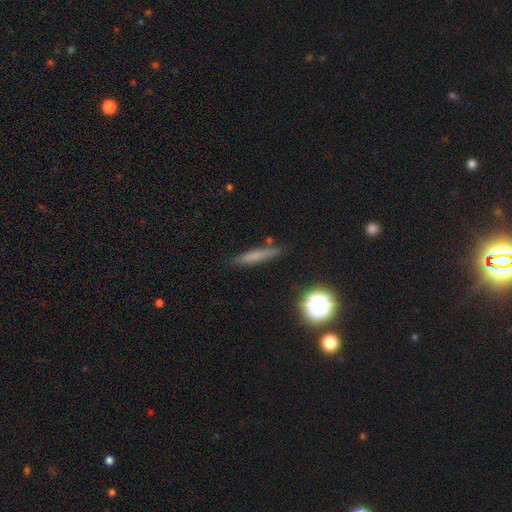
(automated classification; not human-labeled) smooth-or-featured: smooth: 62% | featured or disk: 25% | star or artifact: 13%
  how-rounded: cigar-shaped: 86% | in between: 9% | round: 5%
  merging: none: 82% | minor disturbance: 12% | merger: 3% | major disturbance: 3%